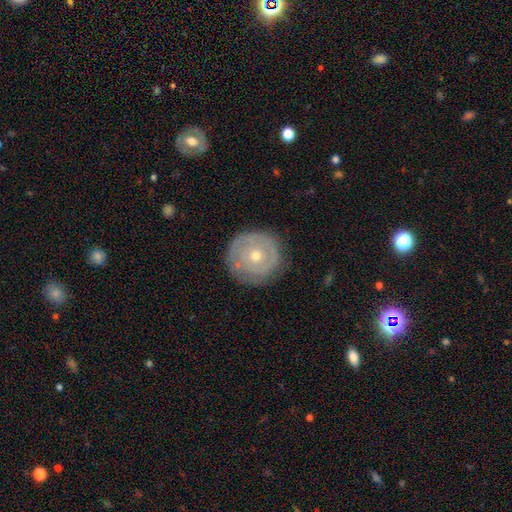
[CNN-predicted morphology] Overall: featured or disk (63%; smooth 30%). Edge-on disk: no (97%). Bar: no (87%). Spiral arms: yes (63%; no 37%). Bulge size: moderate (51%; small 46%). Merging: none (83%).